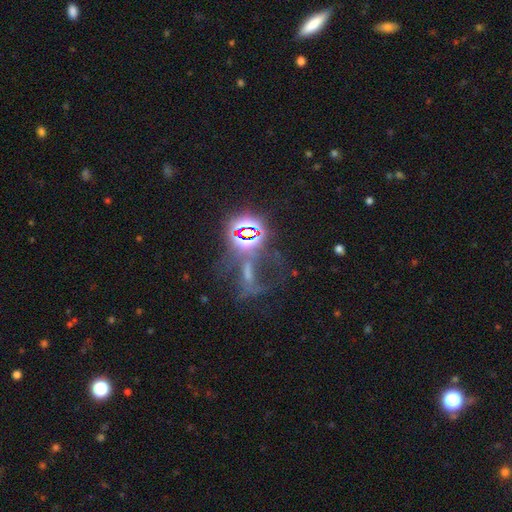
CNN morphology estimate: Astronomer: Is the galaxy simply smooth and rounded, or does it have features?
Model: star or artifact — 61%.